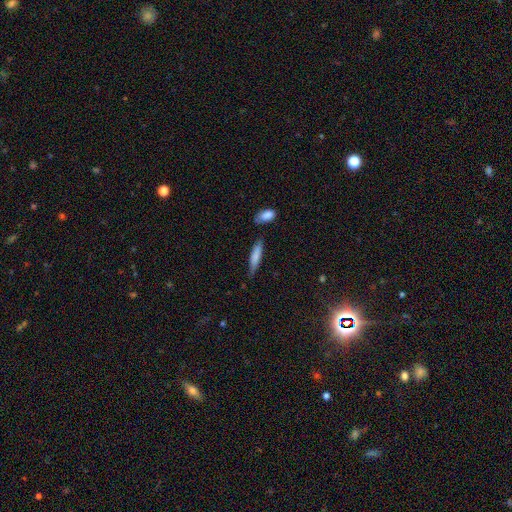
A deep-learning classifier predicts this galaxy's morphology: Q: Smooth or featured?
A: smooth (76%); runner-up: featured or disk (18%)
Q: How rounded?
A: cigar-shaped (80%); runner-up: in between (18%)
Q: Merging?
A: none (67%); runner-up: minor disturbance (22%)